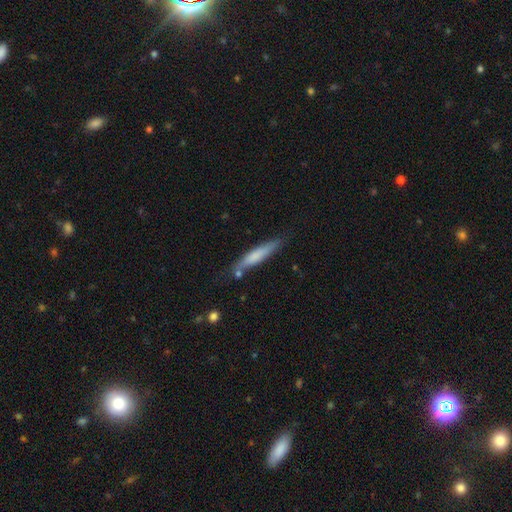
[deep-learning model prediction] smooth_or_featured: smooth (p=0.67) [alt: featured or disk p=0.27]
how_rounded: cigar-shaped (p=0.90) [alt: in between p=0.09]
merging: none (p=0.74) [alt: minor disturbance p=0.17]